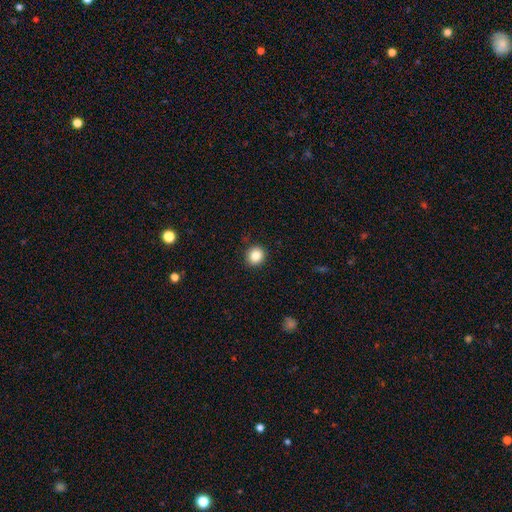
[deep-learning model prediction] Q: Smooth or featured?
A: smooth (85%); runner-up: star or artifact (10%)
Q: How rounded?
A: round (83%); runner-up: in between (16%)
Q: Merging?
A: none (91%); runner-up: minor disturbance (7%)